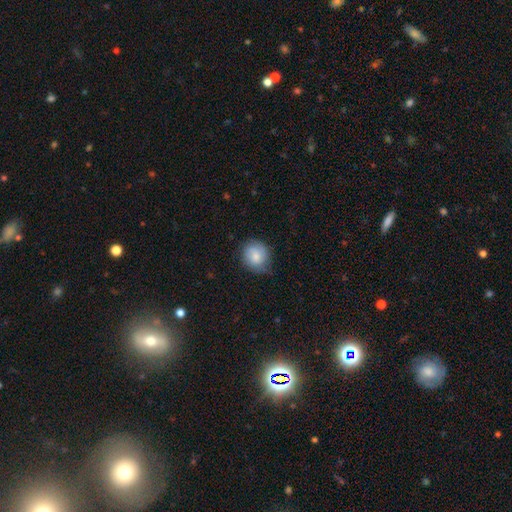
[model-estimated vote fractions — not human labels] A smooth galaxy with no disk features (79%) that is round (77%).

Vote fractions:
- Smooth or featured? smooth: 79% / featured or disk: 13% / star or artifact: 7%
- How rounded? round: 77% / in between: 22% / cigar-shaped: 1%
- Merging? none: 72% / minor disturbance: 22% / major disturbance: 4% / merger: 1%